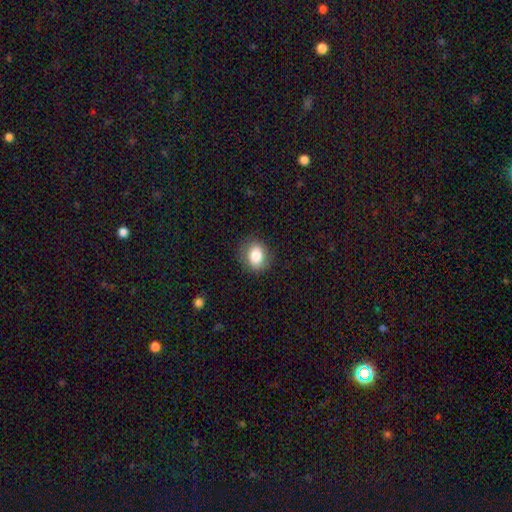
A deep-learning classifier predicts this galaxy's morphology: smooth 82%, featured or disk 10%, star or artifact 9%. Down the decision tree: how rounded — round (55%); merging — none (83%).